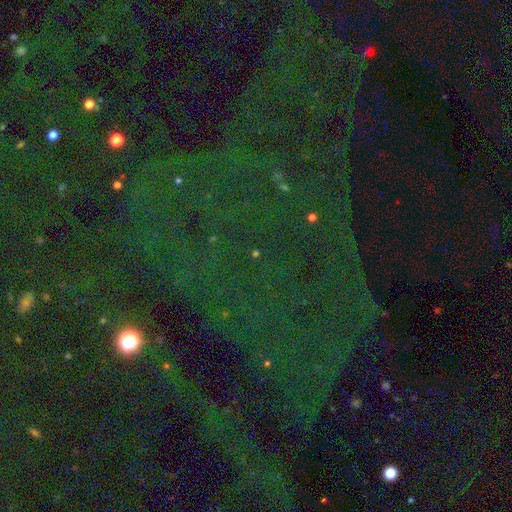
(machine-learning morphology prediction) star or artifact 81%, smooth 10%, featured or disk 8%.